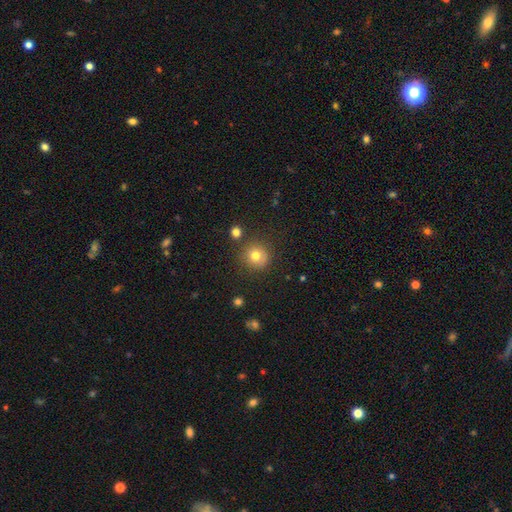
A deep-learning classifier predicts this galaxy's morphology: Smooth or featured? smooth (76%)
How rounded? round (93%)
Merging? none (82%)